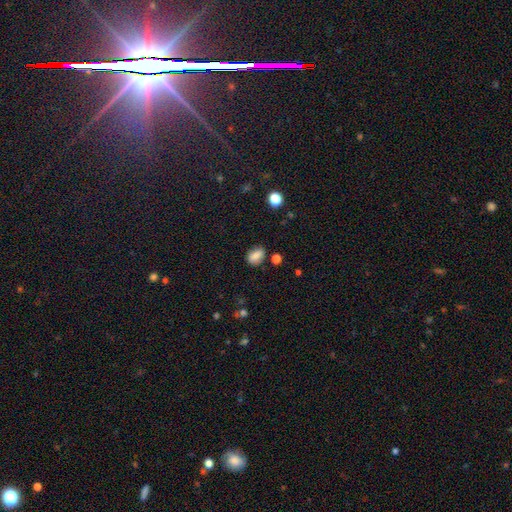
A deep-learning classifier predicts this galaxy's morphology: This appears to be a smooth galaxy with no disk features (81%) that is in between round and cigar-shaped (76%). Merging: none (75%).